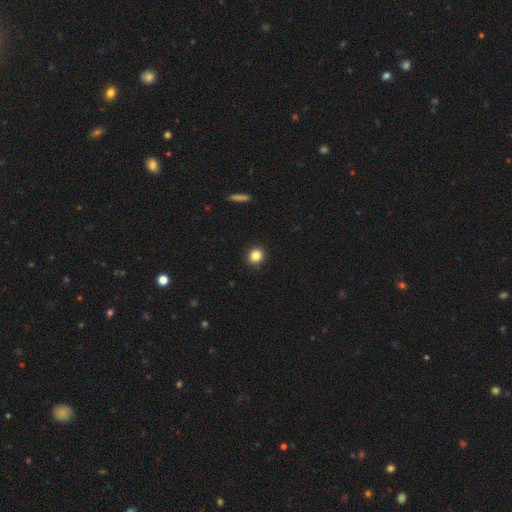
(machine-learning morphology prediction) Overall: smooth (85%). How rounded: round (85%). Merging: none (91%).